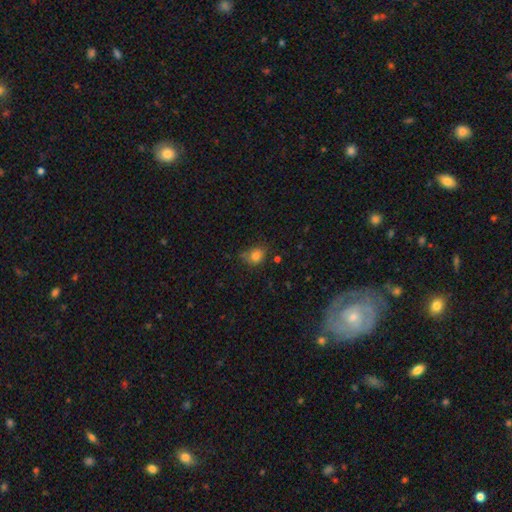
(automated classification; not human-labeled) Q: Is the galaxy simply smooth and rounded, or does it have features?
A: smooth — 81%.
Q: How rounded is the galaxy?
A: round — 63%.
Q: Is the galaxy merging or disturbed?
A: none — 59%.